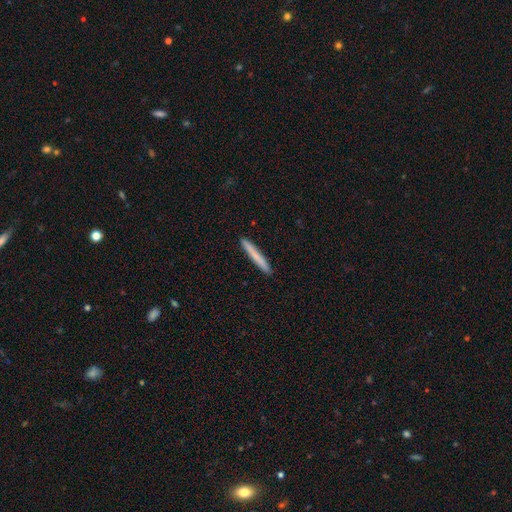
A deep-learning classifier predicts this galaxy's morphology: Q: Smooth or featured?
A: smooth (73%); runner-up: featured or disk (21%)
Q: How rounded?
A: cigar-shaped (97%); runner-up: in between (2%)
Q: Merging?
A: none (93%); runner-up: minor disturbance (5%)